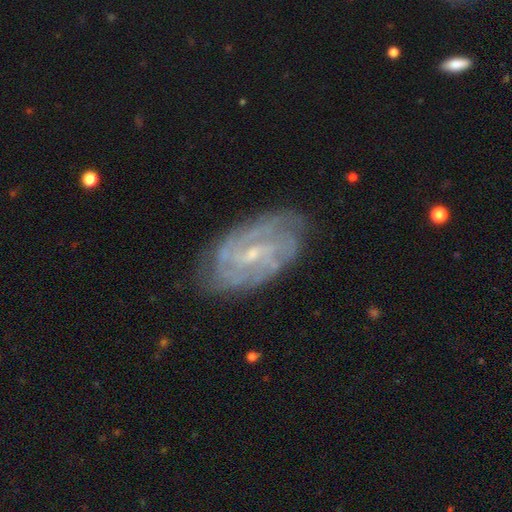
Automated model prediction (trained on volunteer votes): A featured or disk galaxy (83%) with a weak bar (52%), 2 (36%) tight (60%) spiral arms (94%) and a small central bulge (73%). Merging: none (80%).